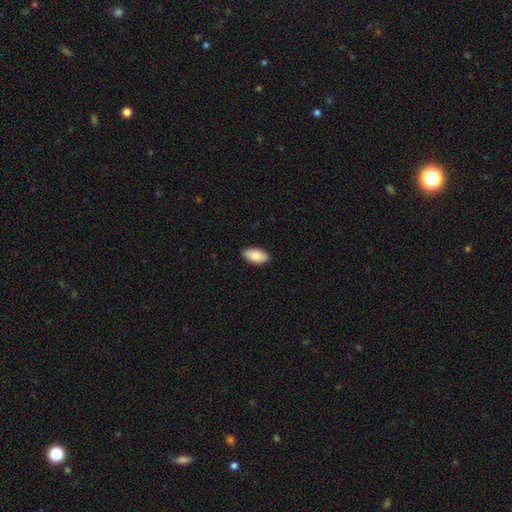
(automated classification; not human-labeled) smooth 86%, featured or disk 8%, star or artifact 6%. Down the decision tree: how rounded — in between (93%); merging — none (89%).